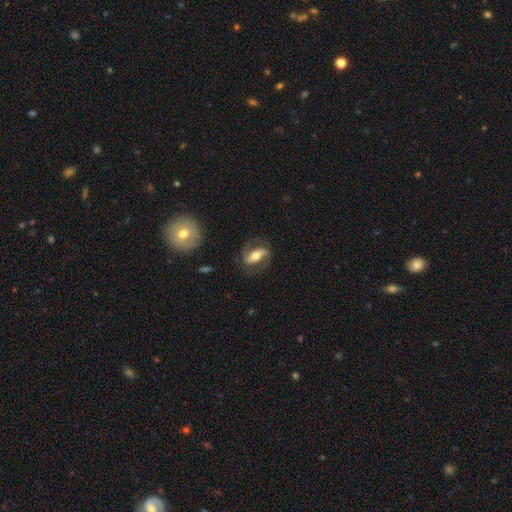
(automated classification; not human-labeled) smooth-or-featured: featured or disk: 68% | smooth: 26% | star or artifact: 6%
  disk-edge-on: no: 86% | yes: 14%
    bar: strong: 52% | weak: 25% | no: 24%
    has-spiral-arms: yes: 82% | no: 18%
    bulge-size: moderate: 67% | small: 16% | large: 14% | dominant: 2% | none: 1%
  merging: none: 70% | minor disturbance: 17% | major disturbance: 11% | merger: 2%